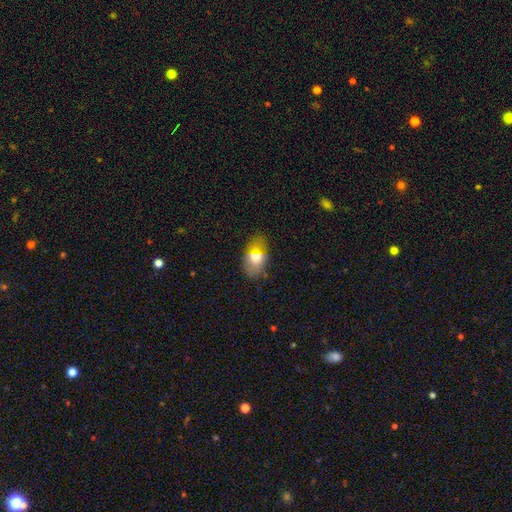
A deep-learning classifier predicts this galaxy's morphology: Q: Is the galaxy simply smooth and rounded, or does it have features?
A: smooth — 70%.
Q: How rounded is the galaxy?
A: in between — 89%.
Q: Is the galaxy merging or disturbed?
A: none — 78%.